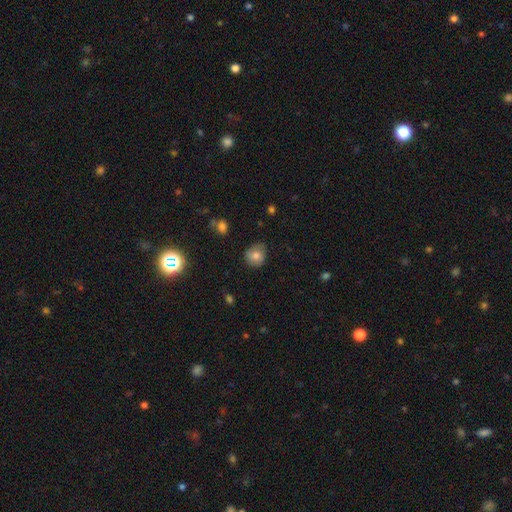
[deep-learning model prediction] smooth 73%, featured or disk 16%, star or artifact 10%. Down the decision tree: how rounded — round (78%); merging — none (68%).